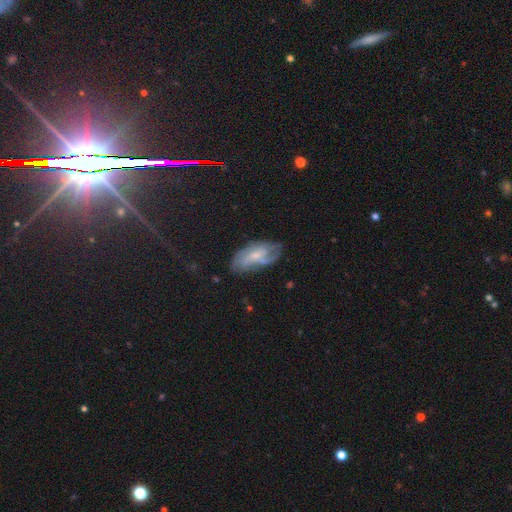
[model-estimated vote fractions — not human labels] Q: Smooth or featured?
A: featured or disk (62%); runner-up: smooth (29%)
Q: Edge-on disk?
A: no (93%); runner-up: yes (7%)
Q: Bar?
A: no (60%); runner-up: weak (34%)
Q: Spiral arms?
A: yes (81%); runner-up: no (19%)
Q: Bulge size?
A: small (52%); runner-up: moderate (33%)
Q: Merging?
A: none (56%); runner-up: minor disturbance (26%)